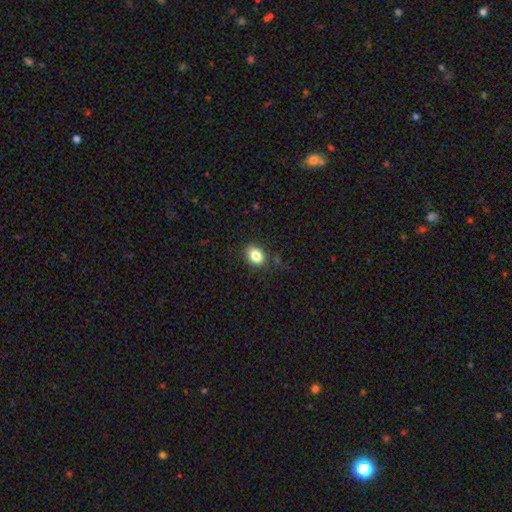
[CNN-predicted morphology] This appears to be a smooth galaxy with no disk features (84%) that is in between round and cigar-shaped (75%). Merging: none (84%).